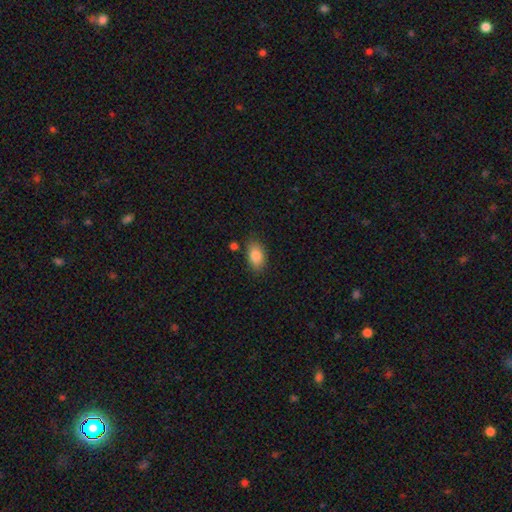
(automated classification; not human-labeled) smooth-or-featured: smooth: 86% | star or artifact: 8% | featured or disk: 7%
  how-rounded: in between: 90% | round: 7% | cigar-shaped: 2%
  merging: none: 80% | minor disturbance: 14% | merger: 4% | major disturbance: 3%